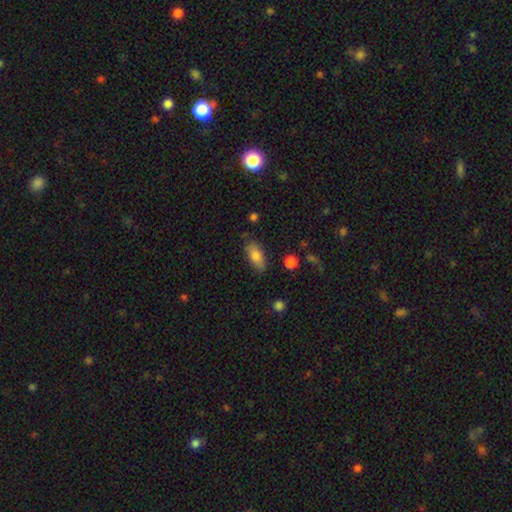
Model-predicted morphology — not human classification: smooth 79%, featured or disk 13%, star or artifact 7%. Down the decision tree: how rounded — in between (85%); merging — none (74%).